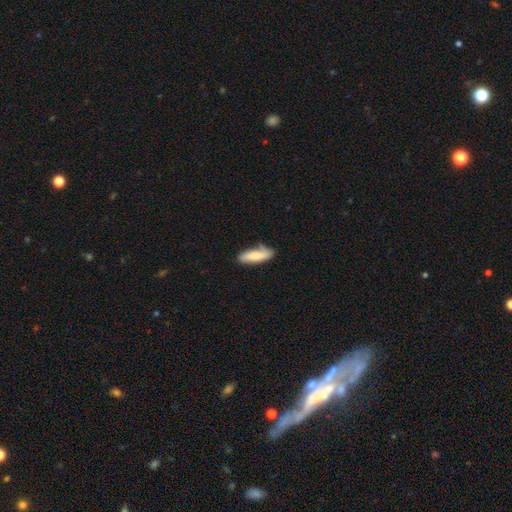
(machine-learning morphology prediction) Smooth or featured? Predicted: smooth (p=0.71). How rounded? Predicted: in between (p=0.51). Merging? Predicted: none (p=0.67).